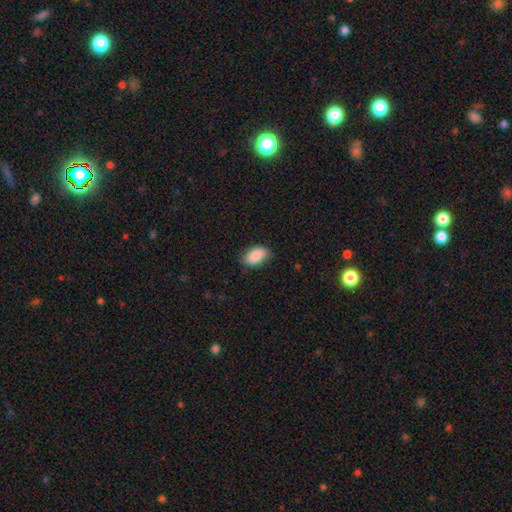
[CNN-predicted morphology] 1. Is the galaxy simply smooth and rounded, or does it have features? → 88% smooth, 6% star or artifact, 5% featured or disk.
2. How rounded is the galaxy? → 93% in between, 5% round, 2% cigar-shaped.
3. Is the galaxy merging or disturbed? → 81% none, 16% minor disturbance, 3% major disturbance, 1% merger.